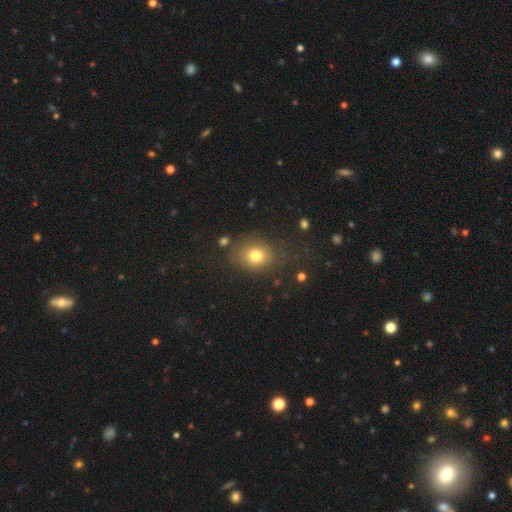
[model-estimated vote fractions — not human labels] Q: Smooth or featured?
A: smooth (78%); runner-up: star or artifact (13%)
Q: How rounded?
A: round (60%); runner-up: in between (39%)
Q: Merging?
A: none (78%); runner-up: minor disturbance (13%)